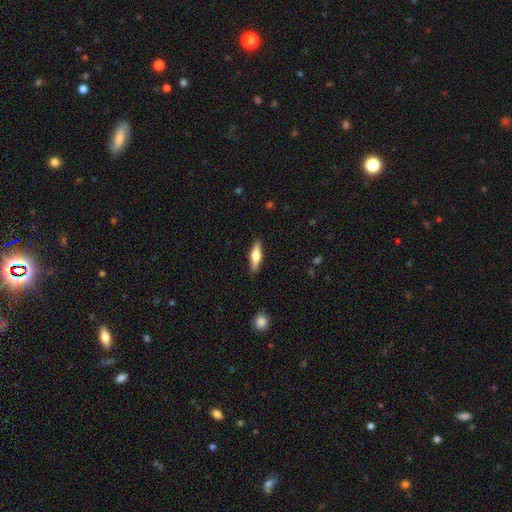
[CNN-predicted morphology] smooth_or_featured: smooth (p=0.51) [alt: featured or disk p=0.43]
how_rounded: cigar-shaped (p=0.61) [alt: in between p=0.36]
merging: none (p=0.88) [alt: minor disturbance p=0.09]